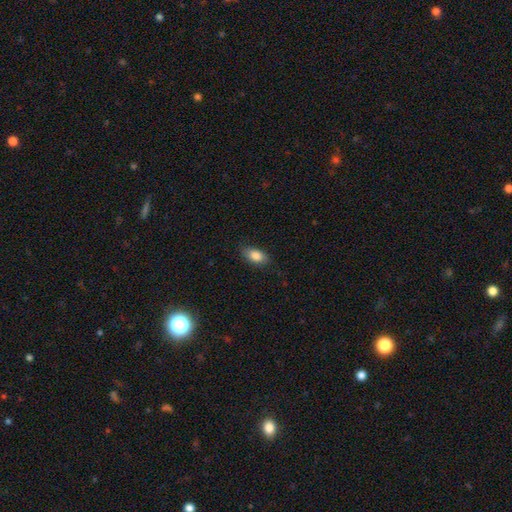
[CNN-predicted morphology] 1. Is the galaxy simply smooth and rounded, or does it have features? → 85% smooth, 7% star or artifact, 7% featured or disk.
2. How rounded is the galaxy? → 89% in between, 5% round, 5% cigar-shaped.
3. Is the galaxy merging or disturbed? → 82% none, 14% minor disturbance, 3% major disturbance, 1% merger.